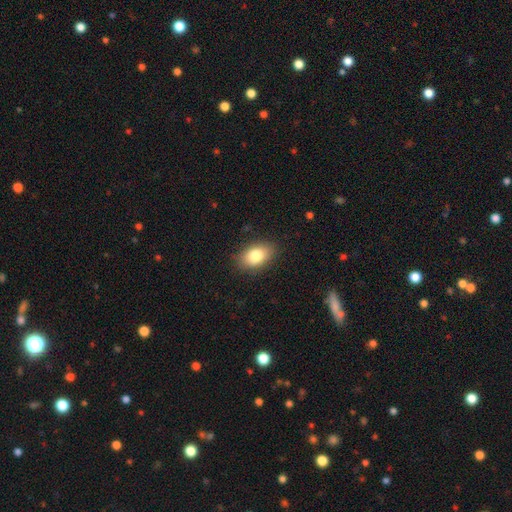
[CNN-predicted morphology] This is clearly a smooth galaxy (81%). How rounded: clearly in between (87%). Merging: clearly none (86%).